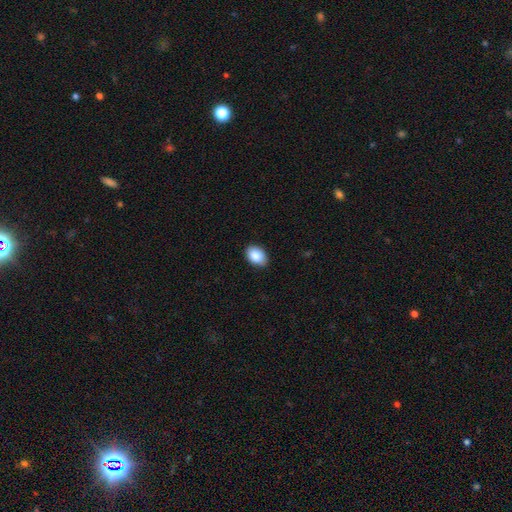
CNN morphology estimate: Q: Smooth or featured?
A: smooth (88%); runner-up: star or artifact (7%)
Q: How rounded?
A: in between (83%); runner-up: round (16%)
Q: Merging?
A: none (86%); runner-up: minor disturbance (11%)